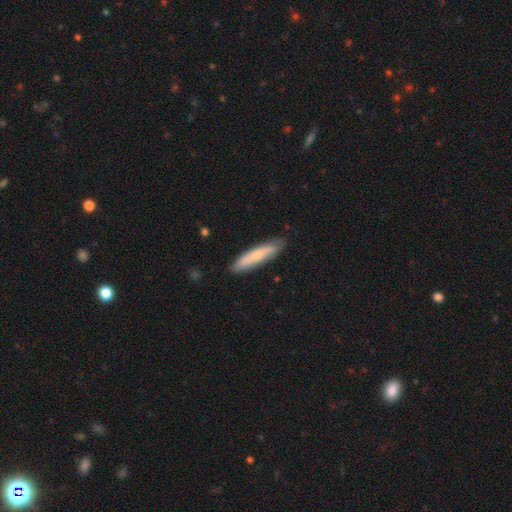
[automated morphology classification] smooth_or_featured: smooth (p=0.59) [alt: featured or disk p=0.35]
how_rounded: cigar-shaped (p=0.82) [alt: in between p=0.16]
merging: none (p=0.85) [alt: minor disturbance p=0.11]